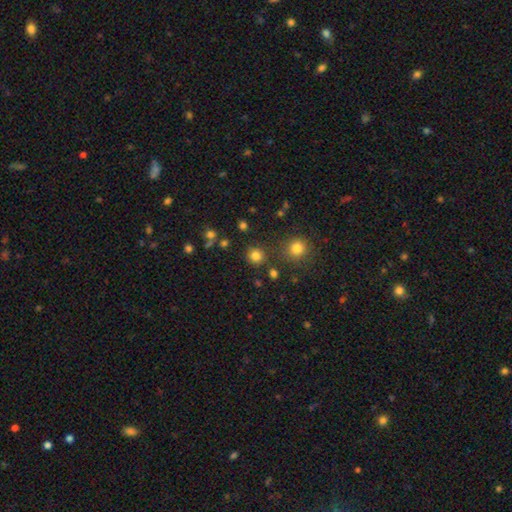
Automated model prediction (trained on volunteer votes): smooth_or_featured: smooth (p=0.80) [alt: star or artifact p=0.15]
how_rounded: round (p=0.92) [alt: in between p=0.07]
merging: none (p=0.84) [alt: minor disturbance p=0.07]